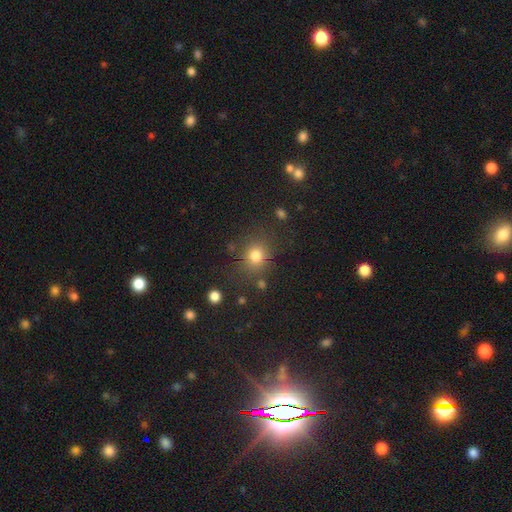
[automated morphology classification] A smooth galaxy with no disk features (79%) that is round (72%).

Vote fractions:
- Smooth or featured? smooth: 79% / star or artifact: 14% / featured or disk: 7%
- How rounded? round: 72% / in between: 27% / cigar-shaped: 1%
- Merging? none: 78% / minor disturbance: 12% / major disturbance: 5% / merger: 5%